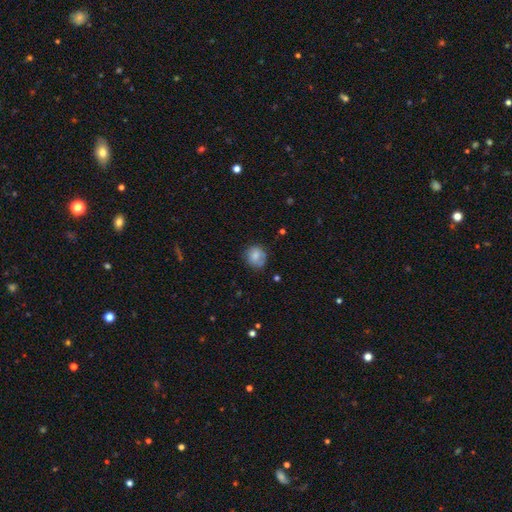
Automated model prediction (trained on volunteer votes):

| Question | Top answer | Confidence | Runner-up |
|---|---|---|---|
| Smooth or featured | smooth | 77% | featured or disk (15%) |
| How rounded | round | 80% | in between (19%) |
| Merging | none | 70% | minor disturbance (22%) |